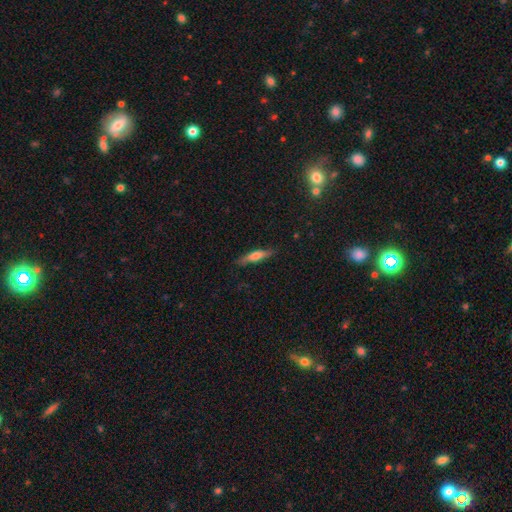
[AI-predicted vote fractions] Morphology: type=smooth (54%); roundness=cigar-shaped (81%); merging=none (83%).